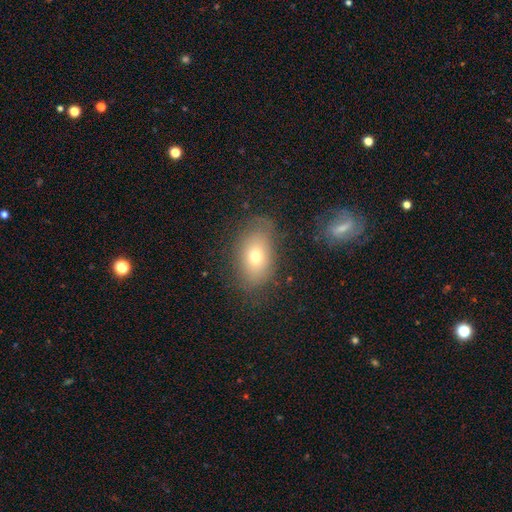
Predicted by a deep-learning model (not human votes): A smooth galaxy with no disk features (66%) that is in between round and cigar-shaped (85%).

Vote fractions:
- Smooth or featured? smooth: 66% / featured or disk: 22% / star or artifact: 12%
- How rounded? in between: 85% / round: 13% / cigar-shaped: 2%
- Merging? none: 73% / minor disturbance: 18% / major disturbance: 6% / merger: 3%